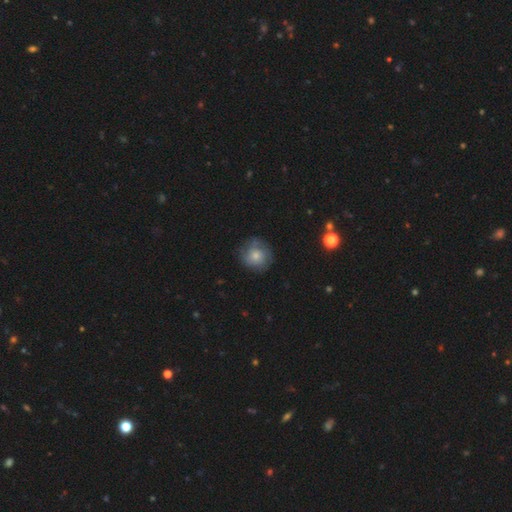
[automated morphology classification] A smooth galaxy with no disk features (70%) that is round (90%). Merging: none (74%).